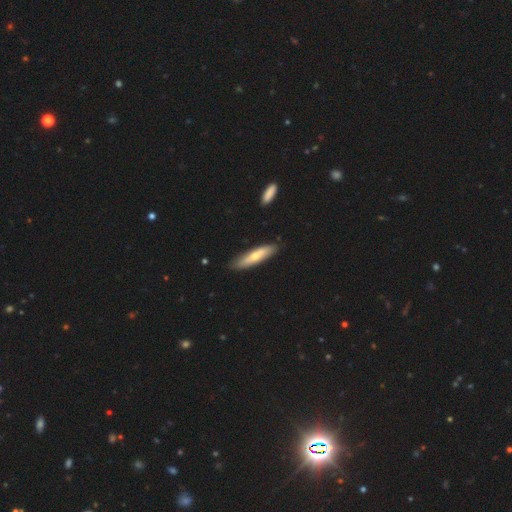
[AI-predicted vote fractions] Smooth or featured? Predicted: smooth (p=0.60). How rounded? Predicted: cigar-shaped (p=0.77). Merging? Predicted: none (p=0.84).